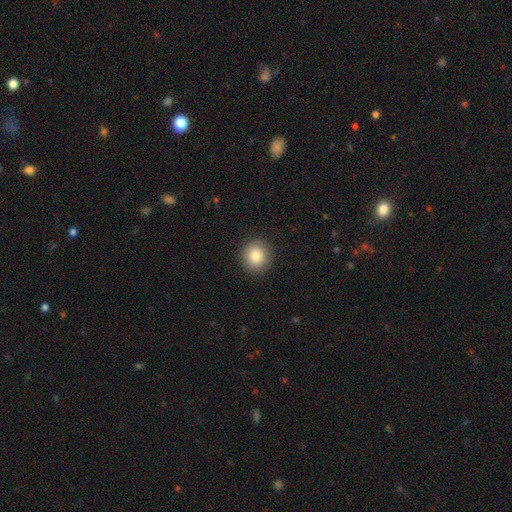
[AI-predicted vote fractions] A smooth galaxy with no disk features (84%) that is round (86%). Merging: none (90%).